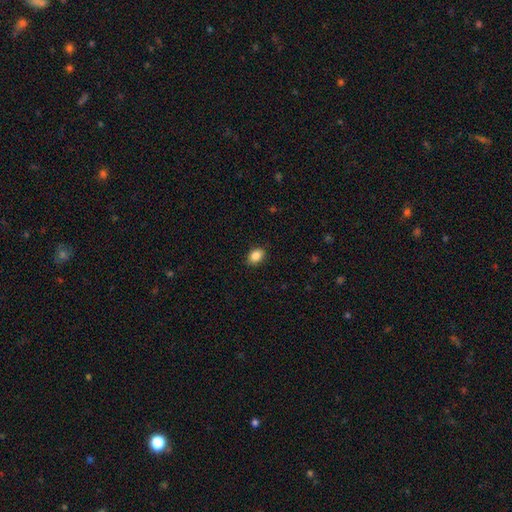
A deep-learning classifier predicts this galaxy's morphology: This is clearly a smooth galaxy (86%). How rounded: likely in between (73%). Merging: clearly none (88%).